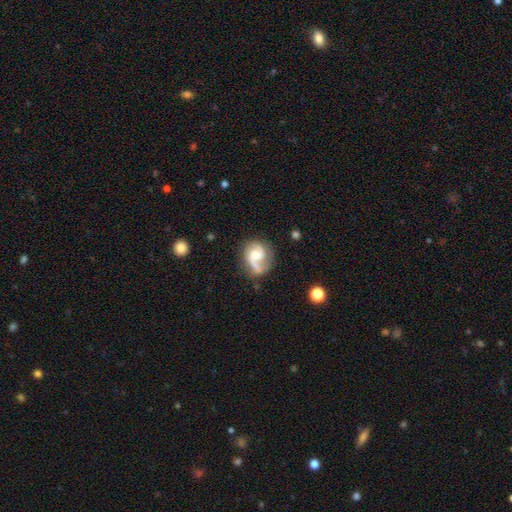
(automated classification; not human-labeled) smooth-or-featured: featured or disk: 77% | smooth: 17% | star or artifact: 6%
  disk-edge-on: no: 98% | yes: 2%
    bar: no: 52% | weak: 40% | strong: 8%
    has-spiral-arms: yes: 94% | no: 6%
      spiral-winding: medium: 47% | loose: 31% | tight: 22%
      spiral-arm-count: 2: 59% | 1: 34% | can't tell: 4% | 3: 1% | 4: 1% | more than 4: 1%
    bulge-size: moderate: 49% | small: 26% | large: 14% | none: 9% | dominant: 2%
  merging: none: 59% | minor disturbance: 22% | major disturbance: 15% | merger: 4%